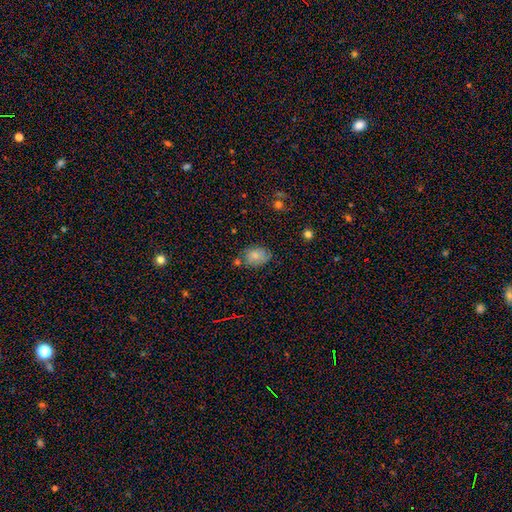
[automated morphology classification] smooth-or-featured: smooth: 73% | featured or disk: 17% | star or artifact: 10%
  how-rounded: in between: 79% | round: 20% | cigar-shaped: 1%
  merging: none: 63% | minor disturbance: 24% | merger: 6% | major disturbance: 6%